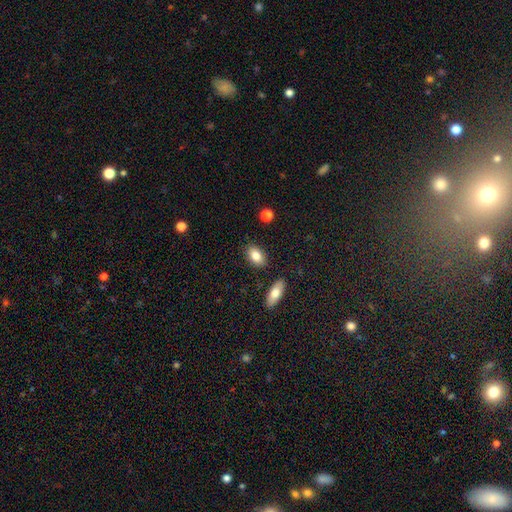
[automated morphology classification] This appears to be a smooth galaxy with no disk features (82%) that is in between round and cigar-shaped (89%). Merging: none (84%).